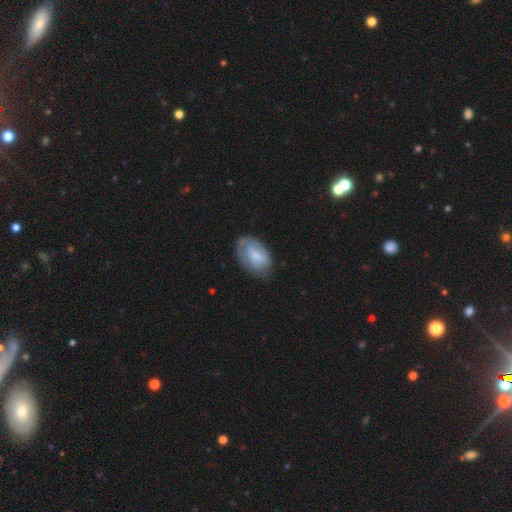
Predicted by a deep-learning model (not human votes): Q: Smooth or featured?
A: smooth (51%); runner-up: featured or disk (42%)
Q: How rounded?
A: in between (90%); runner-up: round (7%)
Q: Merging?
A: none (62%); runner-up: minor disturbance (27%)